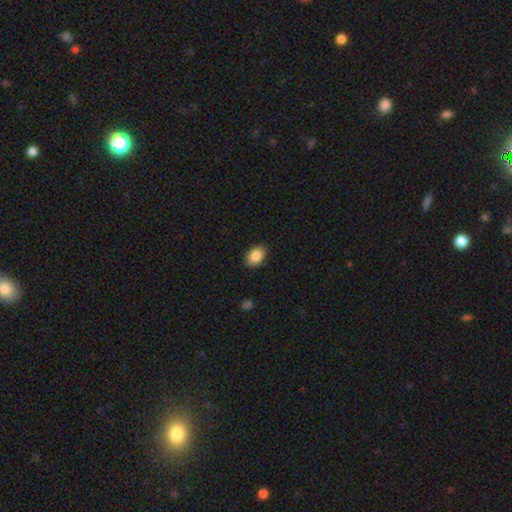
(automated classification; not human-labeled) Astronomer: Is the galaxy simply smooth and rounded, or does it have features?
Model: smooth — 88%.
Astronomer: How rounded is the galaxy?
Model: in between — 82%.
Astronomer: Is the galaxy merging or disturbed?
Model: none — 88%.